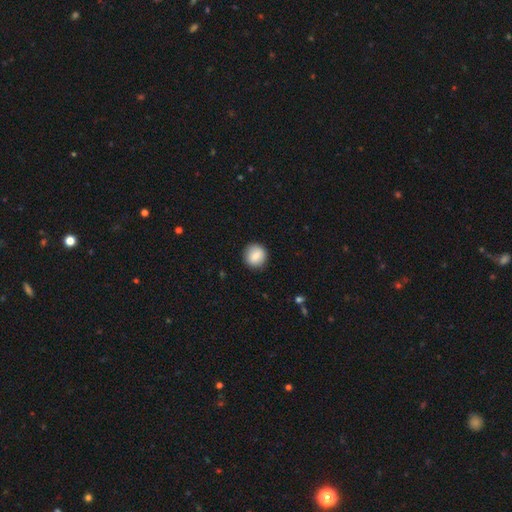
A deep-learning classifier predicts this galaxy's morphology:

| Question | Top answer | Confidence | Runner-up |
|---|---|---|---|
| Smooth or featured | smooth | 83% | featured or disk (9%) |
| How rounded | round | 88% | in between (11%) |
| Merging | none | 88% | minor disturbance (8%) |